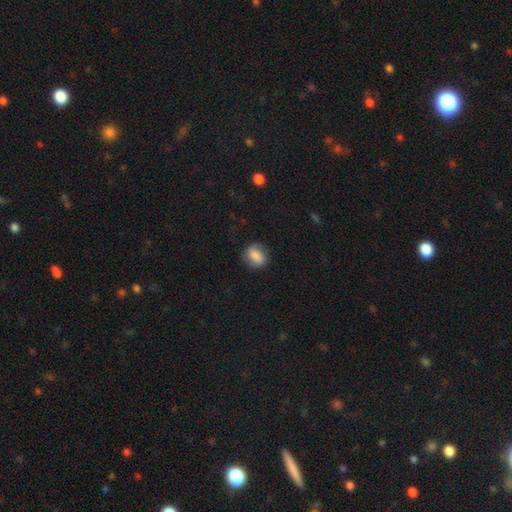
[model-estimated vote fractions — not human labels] Morphology: type=smooth (73%); roundness=round (50%); merging=none (79%).